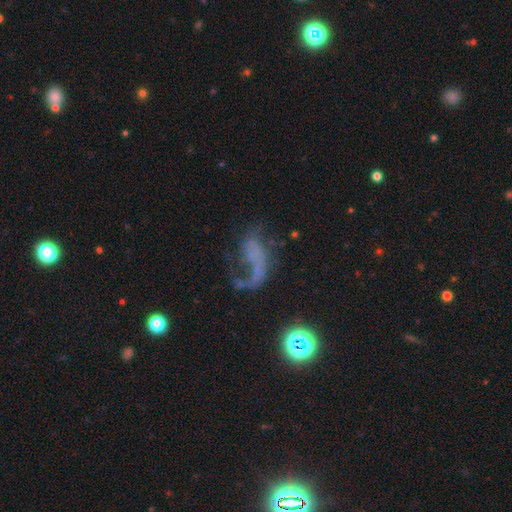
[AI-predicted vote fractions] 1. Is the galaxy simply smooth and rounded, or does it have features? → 57% featured or disk, 23% smooth, 20% star or artifact.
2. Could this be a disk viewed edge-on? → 96% no, 4% yes.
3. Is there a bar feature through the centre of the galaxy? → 78% no, 16% weak, 7% strong.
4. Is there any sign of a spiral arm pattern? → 54% yes, 46% no.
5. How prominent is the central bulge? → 74% none, 17% small, 5% moderate, 2% large, 2% dominant.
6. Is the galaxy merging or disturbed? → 48% major disturbance, 29% none, 15% minor disturbance, 8% merger.